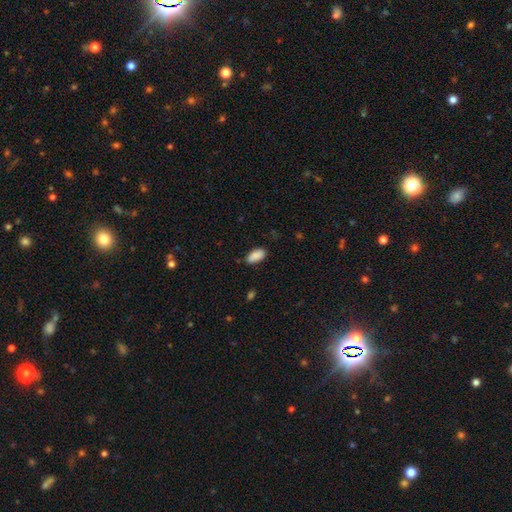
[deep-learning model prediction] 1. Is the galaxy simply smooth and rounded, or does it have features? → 90% smooth, 7% star or artifact, 3% featured or disk.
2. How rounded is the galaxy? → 92% in between, 6% cigar-shaped, 2% round.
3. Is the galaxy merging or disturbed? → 84% none, 12% minor disturbance, 2% major disturbance, 1% merger.